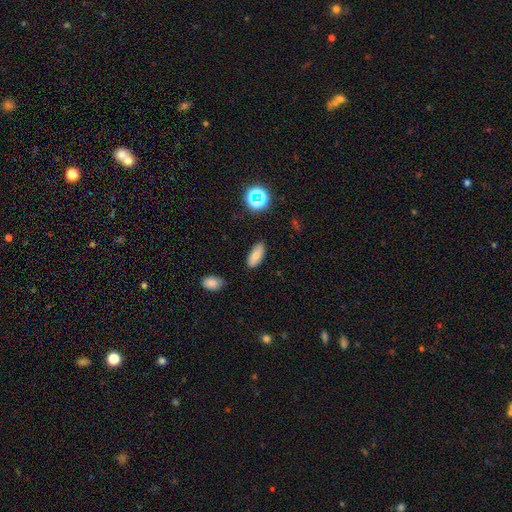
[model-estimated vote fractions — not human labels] This is likely a smooth galaxy (75%). How rounded: clearly in between (86%). Merging: clearly none (83%).